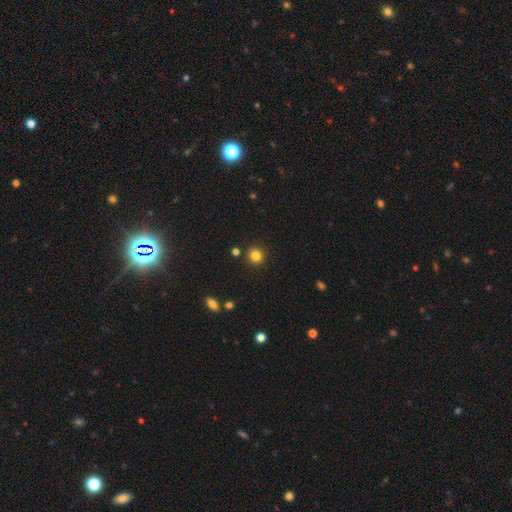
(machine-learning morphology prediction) This is clearly a smooth galaxy (83%). How rounded: clearly round (90%). Merging: clearly none (89%).